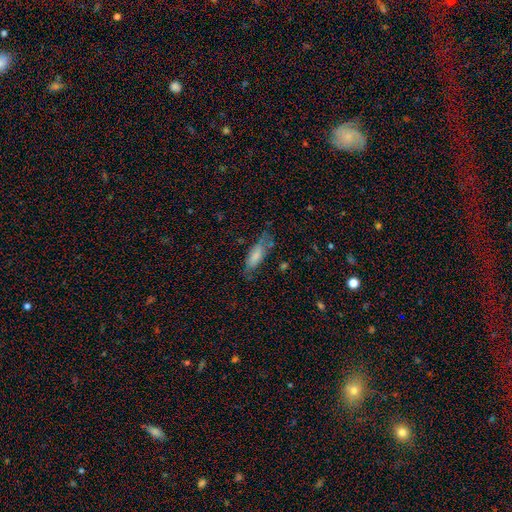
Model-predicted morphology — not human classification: A smooth galaxy with no disk features (75%) that is in between round and cigar-shaped (67%).

Vote fractions:
- Smooth or featured? smooth: 75% / featured or disk: 19% / star or artifact: 7%
- How rounded? in between: 67% / cigar-shaped: 31% / round: 2%
- Merging? none: 53% / minor disturbance: 31% / major disturbance: 12% / merger: 4%